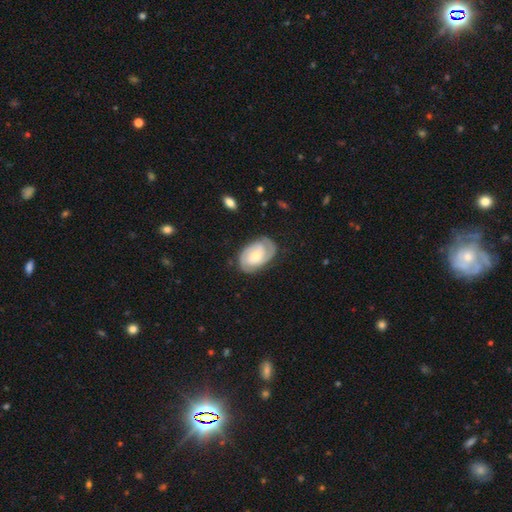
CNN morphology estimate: Q: Smooth or featured?
A: featured or disk (75%); runner-up: smooth (20%)
Q: Edge-on disk?
A: no (97%); runner-up: yes (3%)
Q: Bar?
A: no (59%); runner-up: weak (32%)
Q: Spiral arms?
A: yes (93%); runner-up: no (7%)
Q: Spiral winding?
A: tight (58%); runner-up: medium (33%)
Q: Spiral arm count?
A: 2 (72%); runner-up: can't tell (14%)
Q: Bulge size?
A: small (58%); runner-up: moderate (34%)
Q: Merging?
A: none (76%); runner-up: minor disturbance (17%)